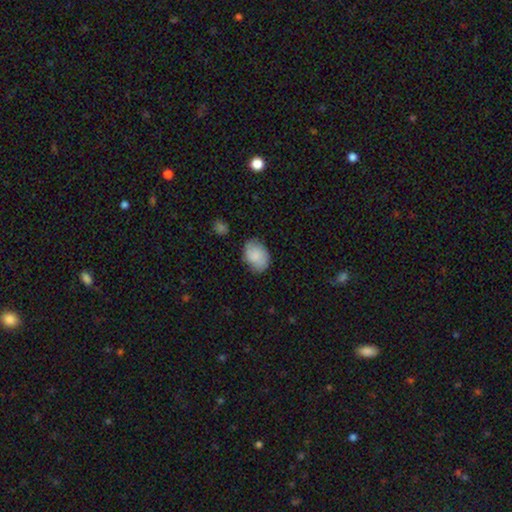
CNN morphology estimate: Smooth or featured?
  - smooth: 79% *
  - featured or disk: 14%
  - star or artifact: 7%
How rounded?
  - in between: 72% *
  - round: 27%
  - cigar-shaped: 1%
Merging?
  - none: 69% *
  - minor disturbance: 23%
  - major disturbance: 5%
  - merger: 2%